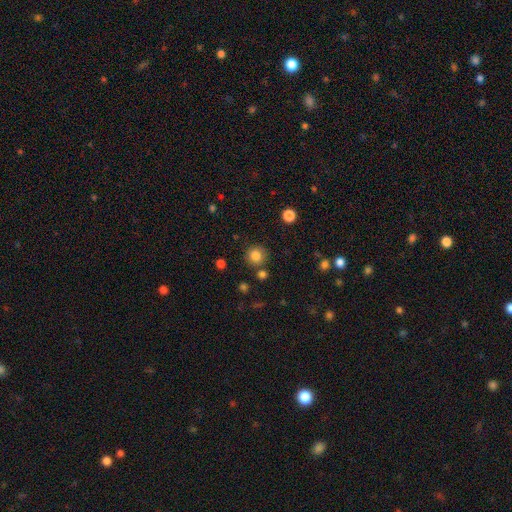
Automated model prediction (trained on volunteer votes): The model was most divided on "smooth or featured": smooth: 83%, star or artifact: 12%, featured or disk: 5%. More confident: how rounded — round (93%); merging — none (83%).